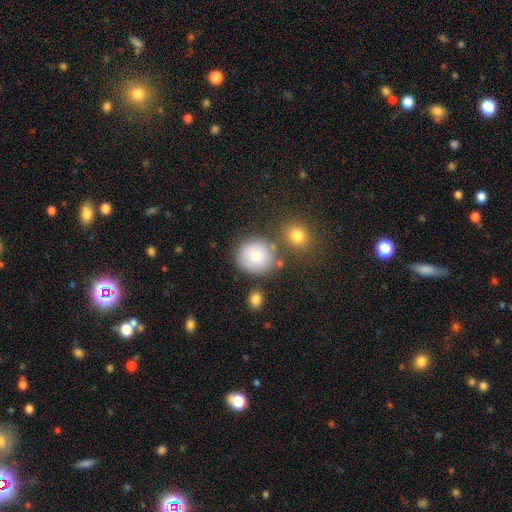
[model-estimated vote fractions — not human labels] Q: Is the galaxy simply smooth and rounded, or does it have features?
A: smooth — 77%.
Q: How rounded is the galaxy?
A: round — 89%.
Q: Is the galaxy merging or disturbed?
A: none — 72%.